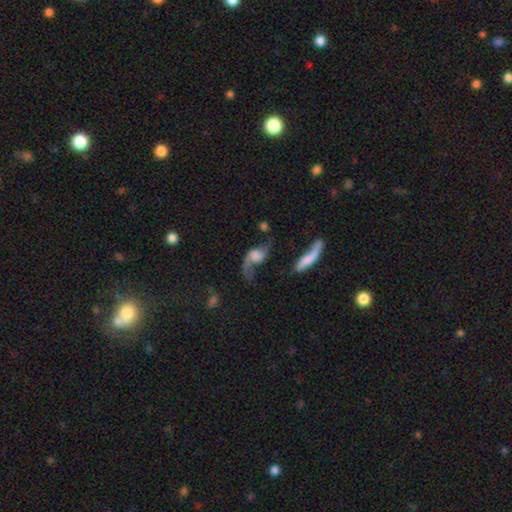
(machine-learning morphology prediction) Smooth or featured: featured or disk — 75% (smooth — 17%)
Edge-on disk: no — 92% (yes — 8%)
Bar: no — 61% (weak — 30%)
Spiral arms: yes — 90% (no — 10%)
Spiral winding: loose — 85% (medium — 12%)
Spiral arm count: 2 — 83% (1 — 12%)
Bulge size: none — 35% (large — 27%)
Merging: none — 41% (major disturbance — 26%)